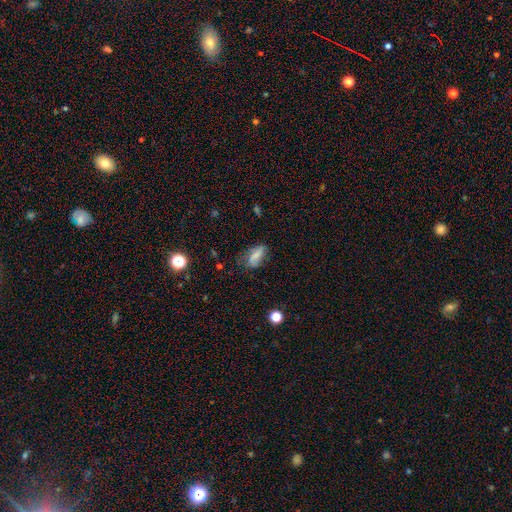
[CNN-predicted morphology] Smooth or featured? Predicted: smooth (p=0.55). How rounded? Predicted: in between (p=0.83). Merging? Predicted: none (p=0.47).